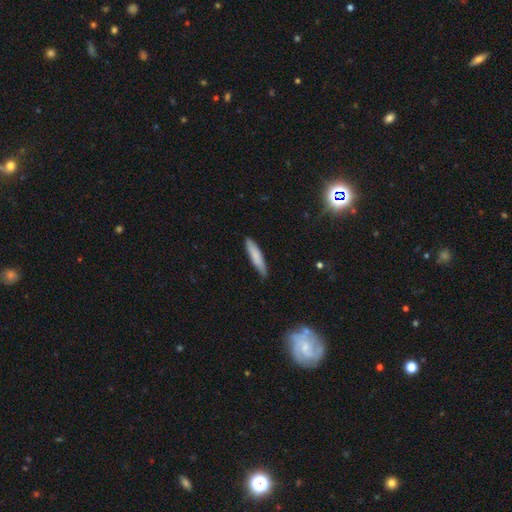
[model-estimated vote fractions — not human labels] Morphology: type=smooth (79%); roundness=cigar-shaped (85%); merging=none (80%).